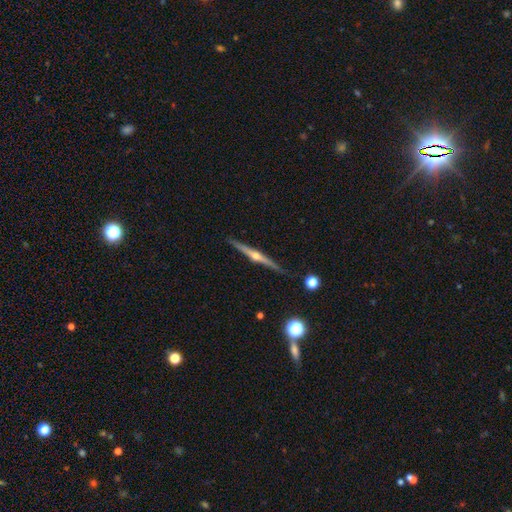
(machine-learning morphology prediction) featured or disk 82%, smooth 12%, star or artifact 6%. Down the decision tree: edge-on disk — yes (98%); edge-on bulge — rounded (93%); merging — none (90%).